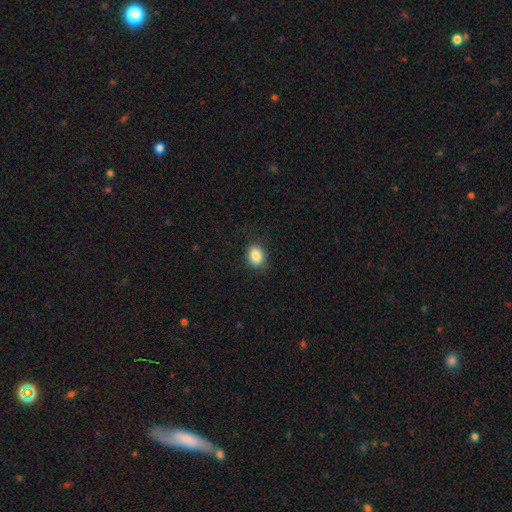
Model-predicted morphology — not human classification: Smooth or featured: smooth — 86% (star or artifact — 9%)
How rounded: in between — 52% (round — 47%)
Merging: none — 87% (minor disturbance — 10%)